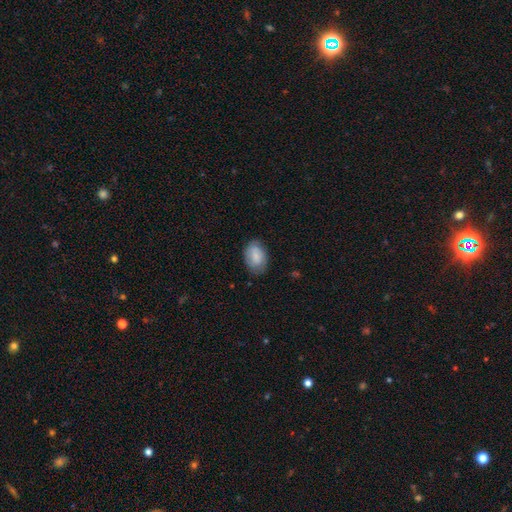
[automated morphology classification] Q: Smooth or featured?
A: smooth (80%); runner-up: featured or disk (14%)
Q: How rounded?
A: in between (89%); runner-up: round (10%)
Q: Merging?
A: none (75%); runner-up: minor disturbance (20%)